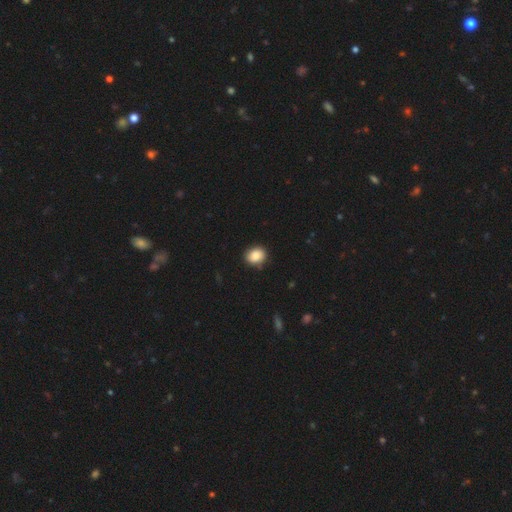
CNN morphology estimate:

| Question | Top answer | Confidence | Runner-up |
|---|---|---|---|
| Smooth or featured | smooth | 85% | star or artifact (8%) |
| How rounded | round | 59% | in between (40%) |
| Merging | none | 83% | minor disturbance (13%) |